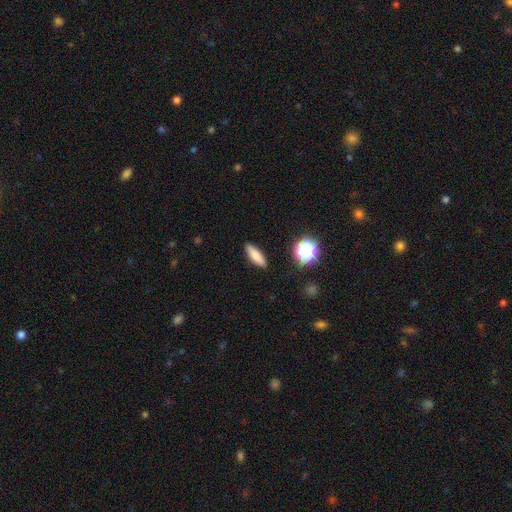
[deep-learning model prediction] Smooth or featured: smooth — 79% (featured or disk — 12%)
How rounded: cigar-shaped — 49% (in between — 46%)
Merging: none — 88% (minor disturbance — 8%)